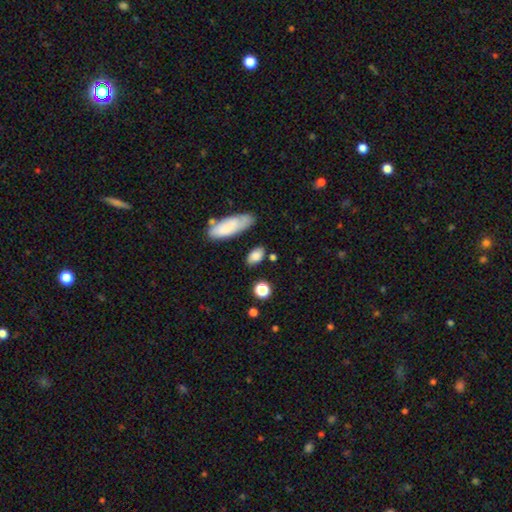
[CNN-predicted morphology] Q: Smooth or featured?
A: smooth (81%); runner-up: featured or disk (10%)
Q: How rounded?
A: in between (81%); runner-up: cigar-shaped (10%)
Q: Merging?
A: none (73%); runner-up: minor disturbance (16%)